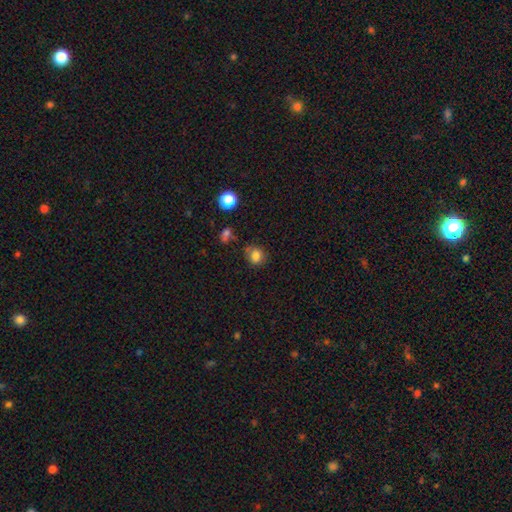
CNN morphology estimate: Smooth or featured?
  - smooth: 81% *
  - star or artifact: 12%
  - featured or disk: 6%
How rounded?
  - round: 74% *
  - in between: 25%
  - cigar-shaped: 1%
Merging?
  - none: 70% *
  - minor disturbance: 19%
  - major disturbance: 6%
  - merger: 5%